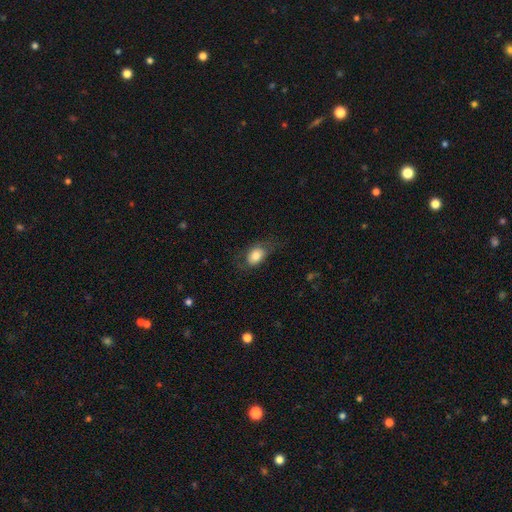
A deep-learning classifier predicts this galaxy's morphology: A smooth galaxy with no disk features (76%) that is in between round and cigar-shaped (76%).

Vote fractions:
- Smooth or featured? smooth: 76% / featured or disk: 16% / star or artifact: 8%
- How rounded? in between: 76% / round: 23% / cigar-shaped: 2%
- Merging? none: 59% / minor disturbance: 24% / major disturbance: 16% / merger: 1%